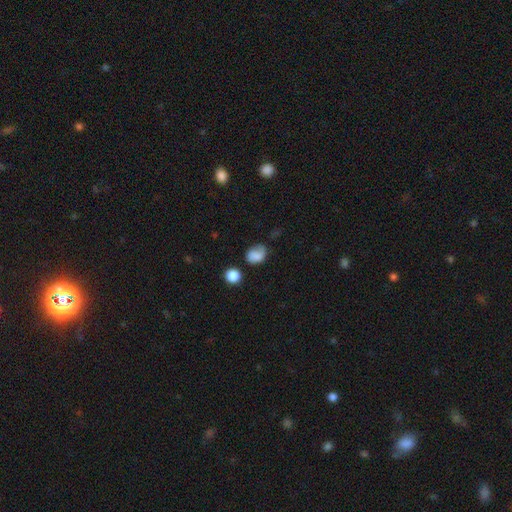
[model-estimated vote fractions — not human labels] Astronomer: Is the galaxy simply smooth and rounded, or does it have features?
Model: smooth — 72%.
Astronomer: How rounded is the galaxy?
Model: in between — 56% (runner-up: round, 43%).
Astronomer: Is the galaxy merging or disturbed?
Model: none — 47% (runner-up: minor disturbance, 32%).